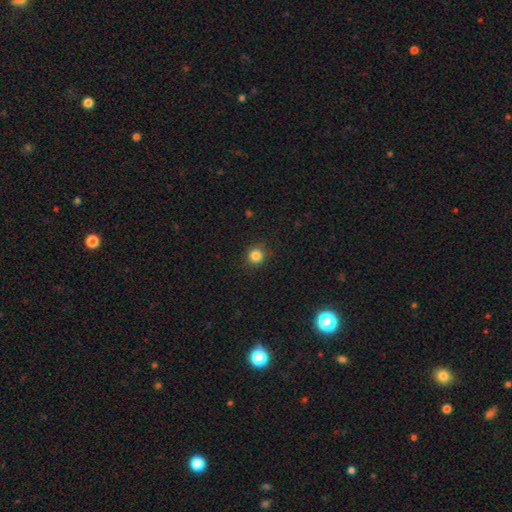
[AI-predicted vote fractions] This appears to be a smooth galaxy with no disk features (84%) that is round (92%). Merging: none (89%).